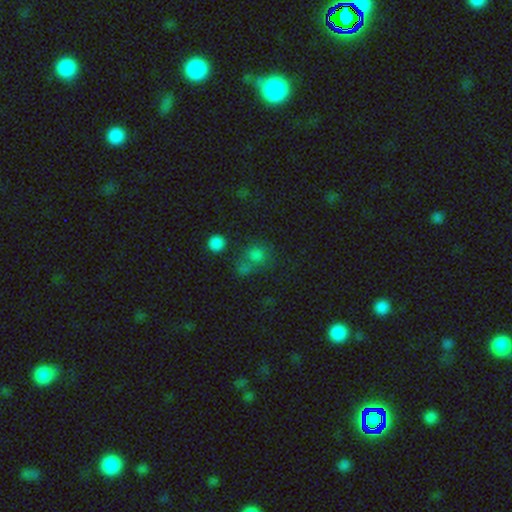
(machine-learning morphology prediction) Smooth or featured? smooth (69%)
How rounded? round (82%)
Merging? none (50%)